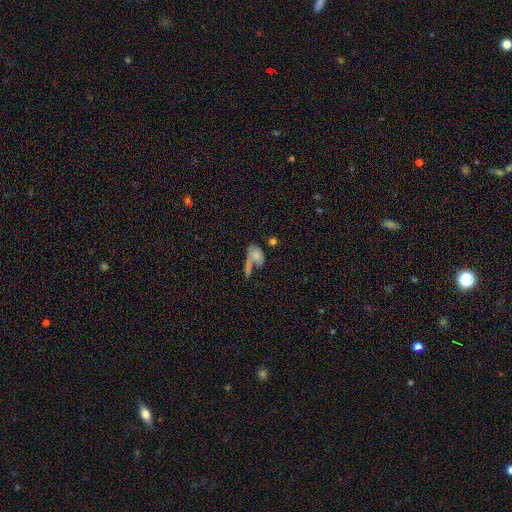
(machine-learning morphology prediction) type=smooth (64%); roundness=in between (78%); merging=merger (38%).